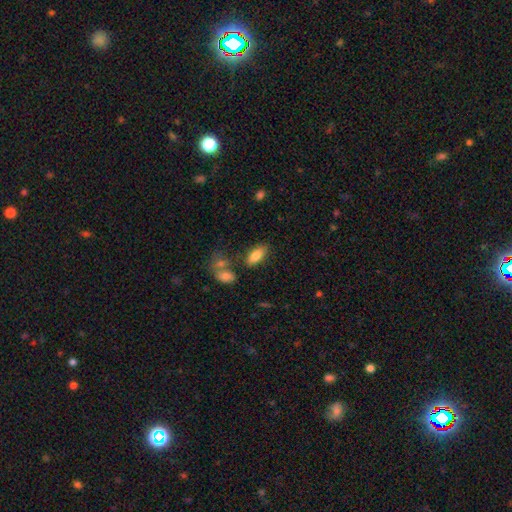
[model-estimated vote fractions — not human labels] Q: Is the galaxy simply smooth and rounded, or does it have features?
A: smooth — 80%.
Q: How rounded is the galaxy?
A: in between — 83%.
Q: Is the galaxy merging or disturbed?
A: none — 75%.